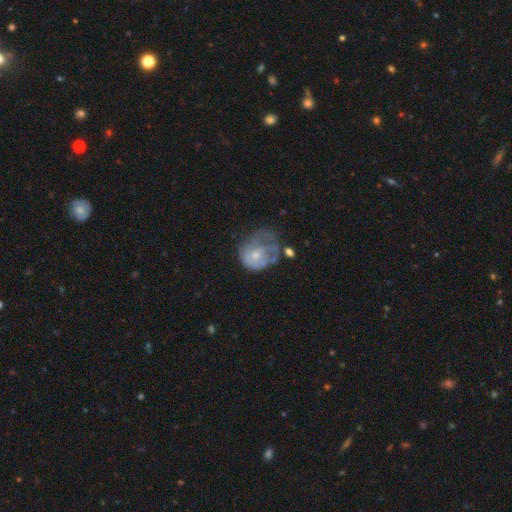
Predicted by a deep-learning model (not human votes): This is possibly a featured or disk galaxy (57%). It is clearly not viewed edge-on (98%). Bar: likely no (79%). Spiral arm pattern: possibly no (51%). Central bulge: possibly small (46%). Merging: marginally major disturbance (42%).